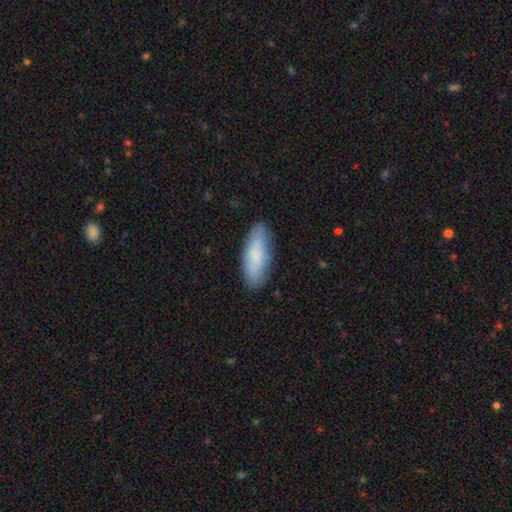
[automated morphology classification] A smooth galaxy with no disk features (77%) that is in between round and cigar-shaped (67%). Merging: none (82%).